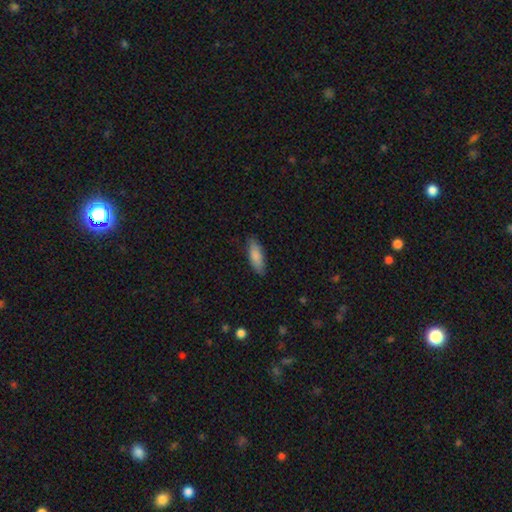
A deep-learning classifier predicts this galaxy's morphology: This is clearly a smooth galaxy (85%). How rounded: likely in between (65%). Merging: clearly none (85%).